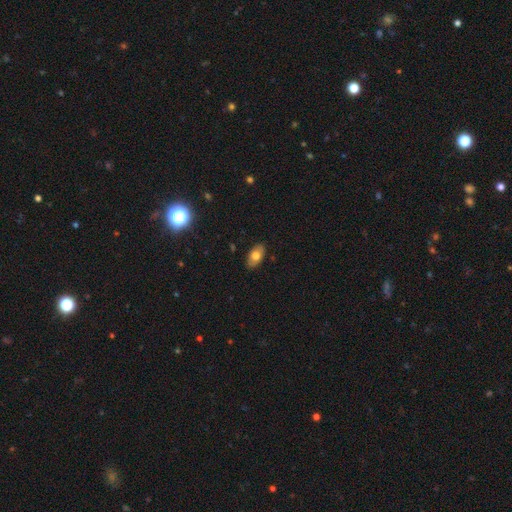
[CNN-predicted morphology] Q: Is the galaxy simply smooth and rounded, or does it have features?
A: smooth — 73%.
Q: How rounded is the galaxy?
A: in between — 93%.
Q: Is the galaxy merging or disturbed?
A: none — 87%.